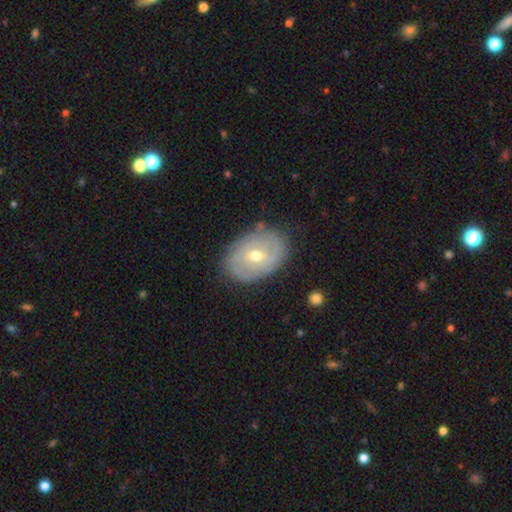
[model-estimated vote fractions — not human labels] featured or disk 73%, smooth 20%, star or artifact 7%. Down the decision tree: edge-on disk — no (95%); bar — no (56%); spiral arms — yes (80%); spiral arm count — can't tell (39%); spiral winding — tight (67%); bulge size — moderate (63%); merging — none (80%).